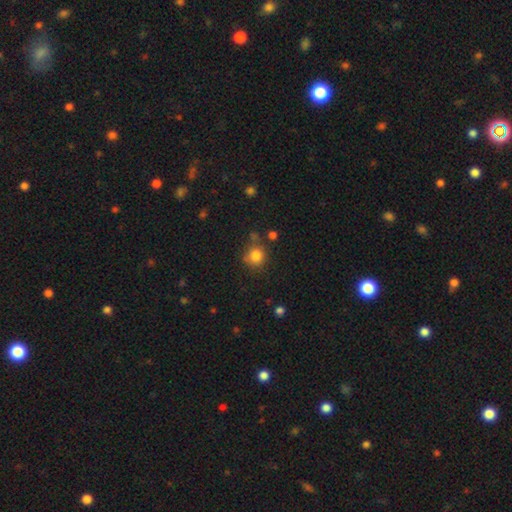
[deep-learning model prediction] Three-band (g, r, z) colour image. It shows a smooth galaxy with no disk features (83%) that is round (89%). Merging: none (74%).